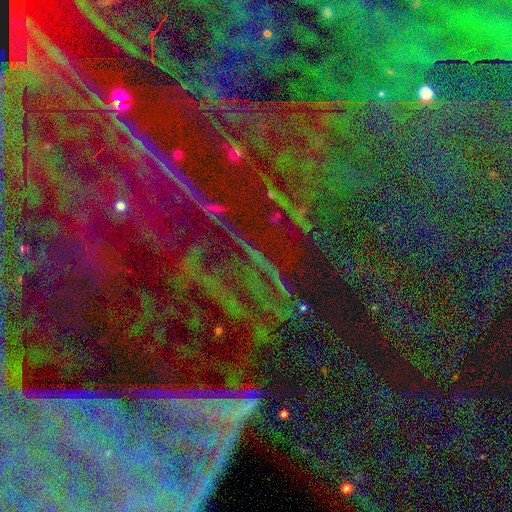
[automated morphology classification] star or artifact 85%, featured or disk 8%, smooth 7%.